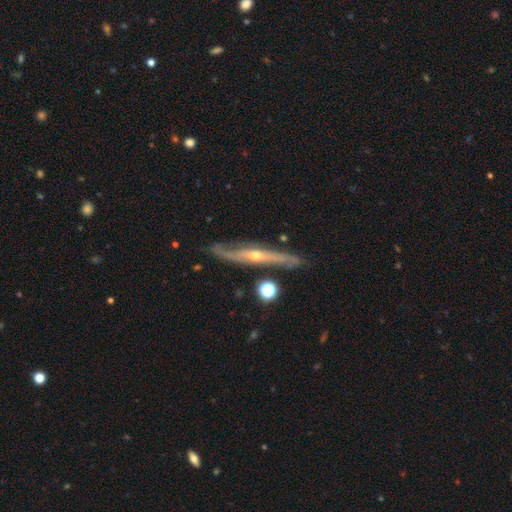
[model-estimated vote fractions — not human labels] featured or disk 80%, smooth 13%, star or artifact 7%. Down the decision tree: edge-on disk — yes (82%); edge-on bulge — rounded (83%); merging — none (77%).